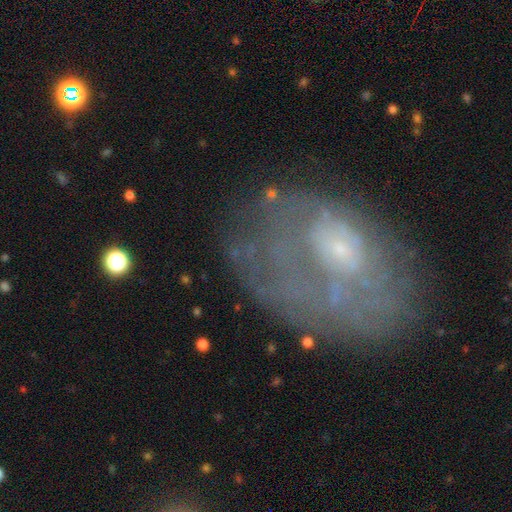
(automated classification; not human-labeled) This appears to be a featured or disk galaxy (58%) with no bar (79%), no spiral arms (60%) and a small central bulge (64%). Merging: none (49%).